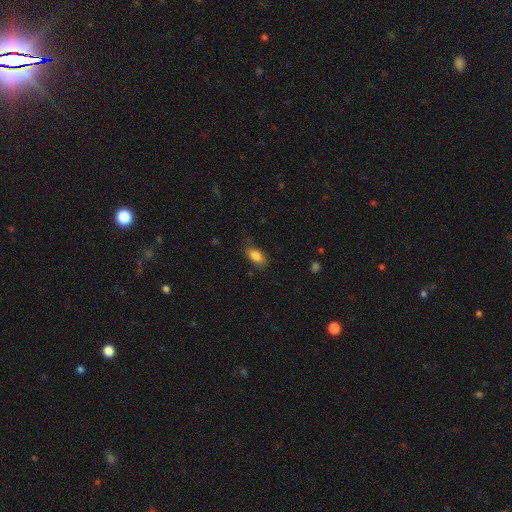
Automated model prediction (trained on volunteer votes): smooth 84%, featured or disk 8%, star or artifact 8%. Down the decision tree: how rounded — in between (88%); merging — none (71%).